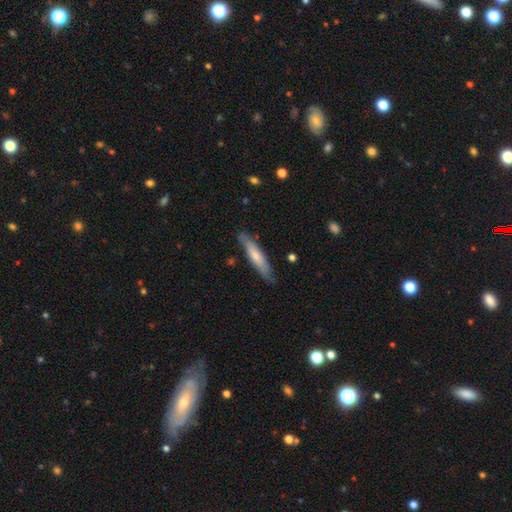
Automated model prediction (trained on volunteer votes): Q: Smooth or featured?
A: smooth (61%); runner-up: featured or disk (34%)
Q: How rounded?
A: cigar-shaped (85%); runner-up: in between (13%)
Q: Merging?
A: none (80%); runner-up: minor disturbance (15%)